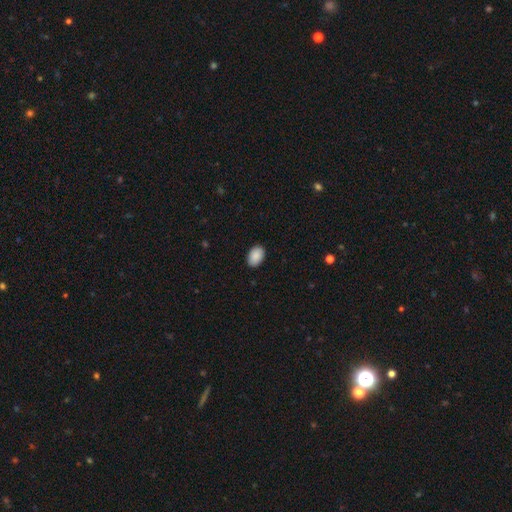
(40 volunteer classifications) This appears to be a smooth galaxy with no disk features (80%) that is in between round and cigar-shaped (88%). Merging: none (91%).